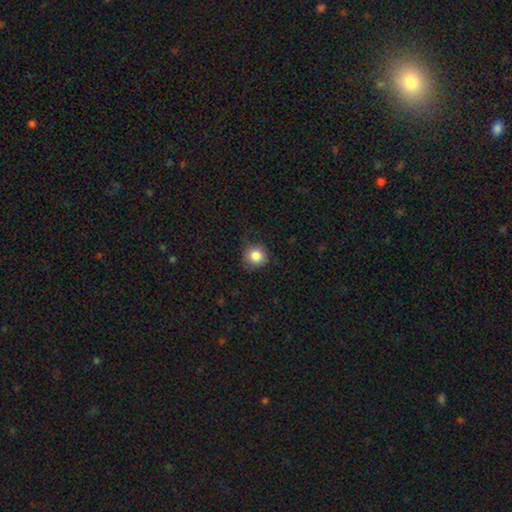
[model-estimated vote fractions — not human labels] The model was most divided on "merging": none: 83%, minor disturbance: 13%, major disturbance: 3%, merger: 1%. More confident: how rounded — round (93%); smooth or featured — smooth (85%).